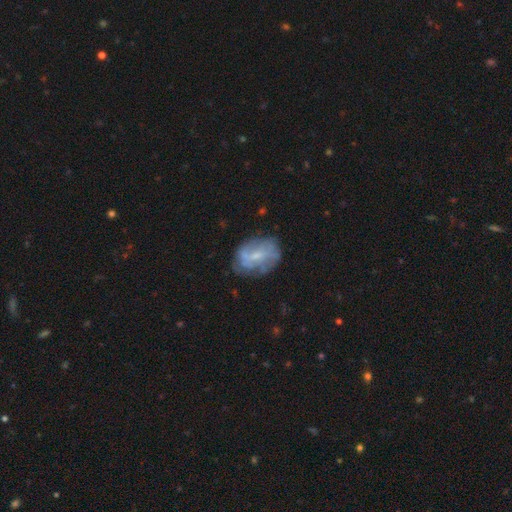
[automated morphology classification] Smooth or featured?
  - featured or disk: 60% *
  - smooth: 32%
  - star or artifact: 9%
Edge-on disk?
  - no: 97% *
  - yes: 3%
Bar?
  - no: 45% * (tied)
  - weak: 45% * (tied)
  - strong: 10%
Spiral arms?
  - yes: 55% *
  - no: 45%
Bulge size?
  - small: 54% *
  - moderate: 27%
  - none: 16%
  - large: 2%
  - dominant: 1%
Merging?
  - none: 61% *
  - minor disturbance: 23%
  - major disturbance: 13%
  - merger: 3%